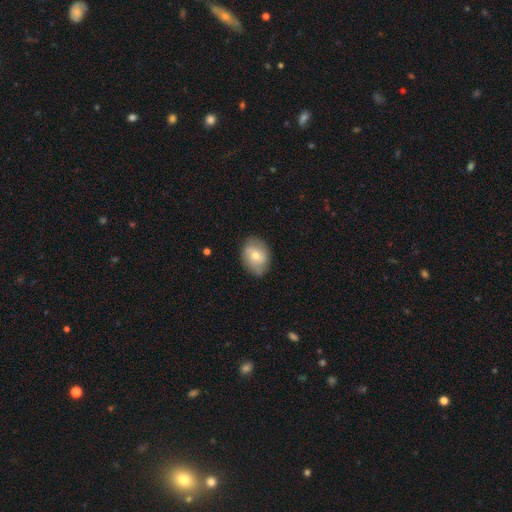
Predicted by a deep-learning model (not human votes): A smooth galaxy with no disk features (61%) that is in between round and cigar-shaped (62%).

Vote fractions:
- Smooth or featured? smooth: 61% / featured or disk: 32% / star or artifact: 7%
- How rounded? in between: 62% / round: 37% / cigar-shaped: 1%
- Merging? none: 75% / minor disturbance: 20% / major disturbance: 4% / merger: 1%